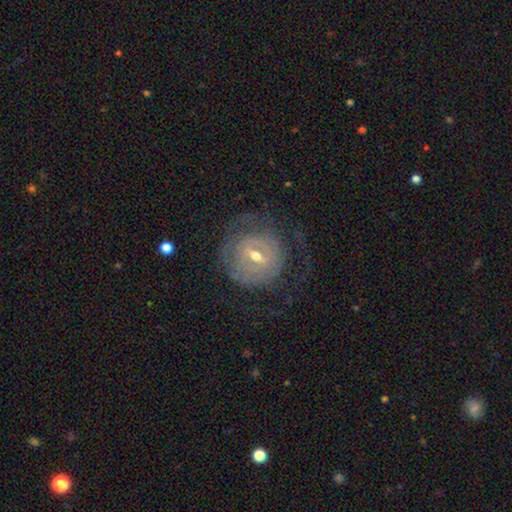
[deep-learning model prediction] This is likely a featured or disk galaxy (72%). It is clearly not viewed edge-on (95%). Bar: possibly weak (51%). Spiral arm pattern: likely yes (64%). Central bulge: possibly moderate (51%). Merging: likely none (64%).